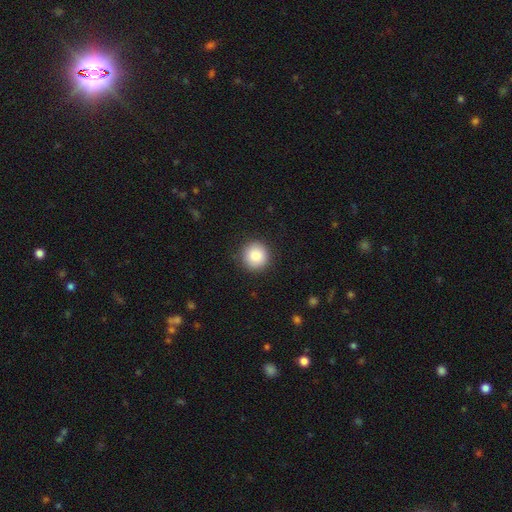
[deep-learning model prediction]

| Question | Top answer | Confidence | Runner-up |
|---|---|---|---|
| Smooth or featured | smooth | 86% | star or artifact (9%) |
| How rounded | round | 93% | in between (6%) |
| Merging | none | 90% | minor disturbance (7%) |